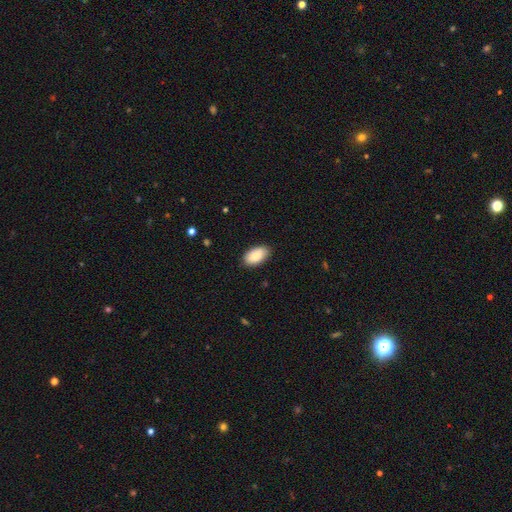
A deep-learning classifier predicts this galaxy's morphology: smooth_or_featured: smooth (p=0.88) [alt: featured or disk p=0.06]
how_rounded: in between (p=0.95) [alt: round p=0.03]
merging: none (p=0.86) [alt: minor disturbance p=0.11]